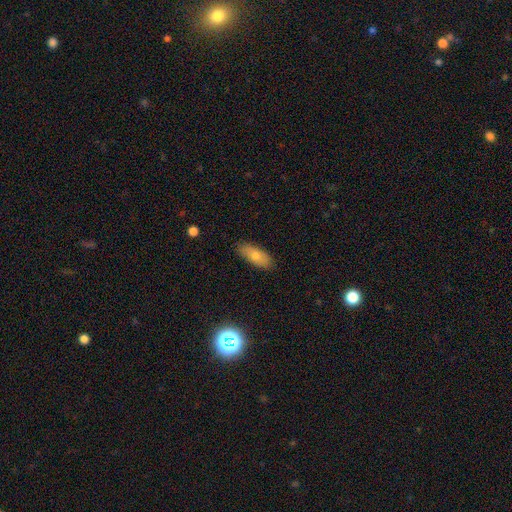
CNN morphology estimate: A smooth galaxy with no disk features (76%) that is in between round and cigar-shaped (79%). Merging: none (85%).